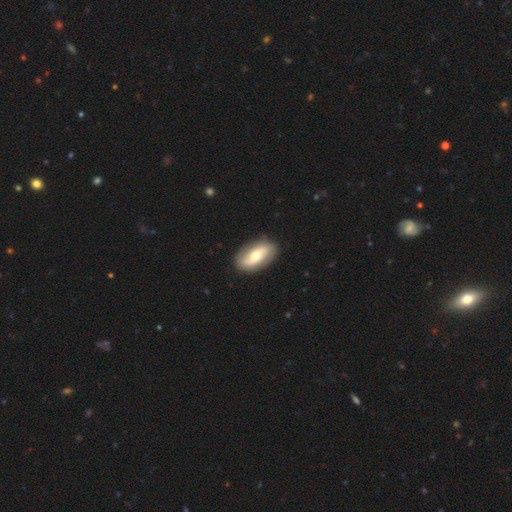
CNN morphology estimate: Smooth or featured? Predicted: featured or disk (p=0.52). Edge-on disk? Predicted: no (p=0.90). Merging? Predicted: none (p=0.88).